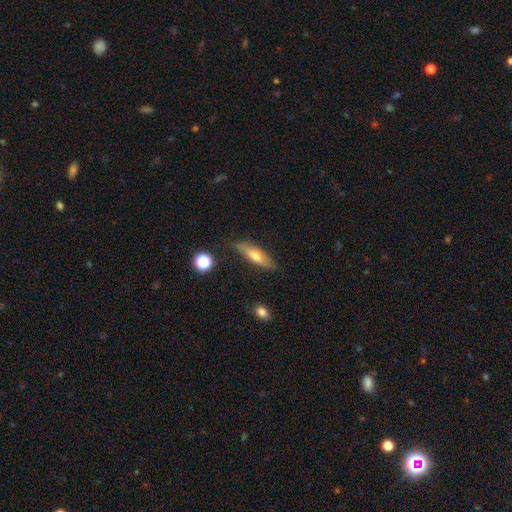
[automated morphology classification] Overall: smooth (56%; featured or disk 37%). How rounded: cigar-shaped (62%; in between 35%). Merging: none (80%).